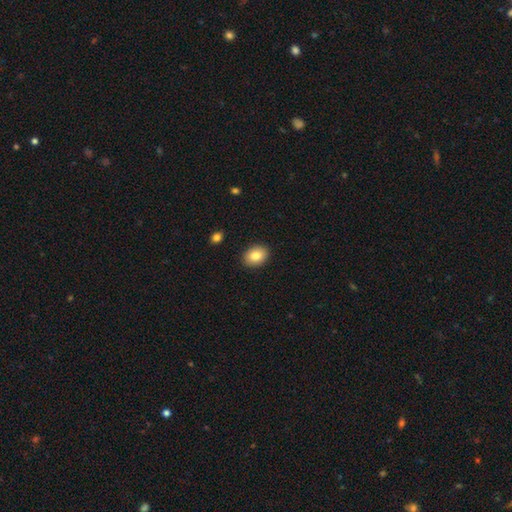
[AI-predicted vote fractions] The model was most divided on "how rounded": in between: 66%, round: 33%, cigar-shaped: 1%. More confident: merging — none (91%); smooth or featured — smooth (84%).